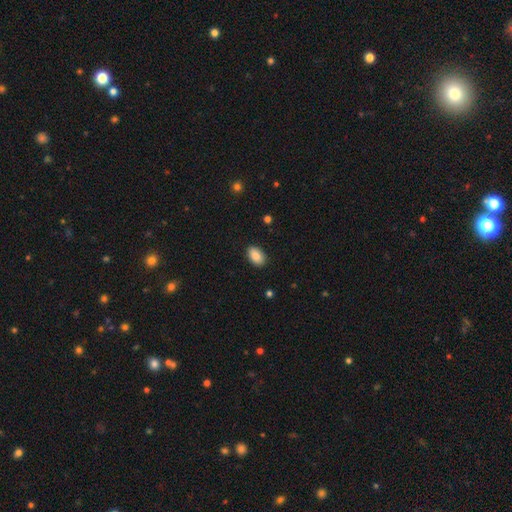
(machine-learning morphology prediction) Smooth or featured: smooth — 89% (star or artifact — 7%)
How rounded: in between — 92% (round — 7%)
Merging: none — 89% (minor disturbance — 8%)